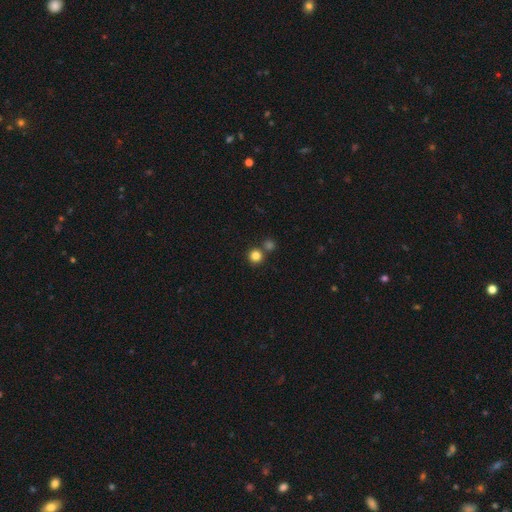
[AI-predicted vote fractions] A smooth galaxy with no disk features (83%) that is round (94%).

Vote fractions:
- Smooth or featured? smooth: 83% / star or artifact: 12% / featured or disk: 5%
- How rounded? round: 94% / in between: 5% / cigar-shaped: 1%
- Merging? none: 73% / merger: 19% / minor disturbance: 7% / major disturbance: 2%